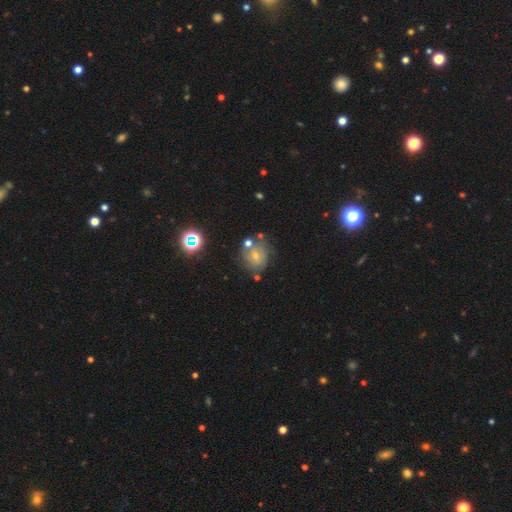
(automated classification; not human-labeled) Morphology: type=smooth (46%); merging=none (59%).